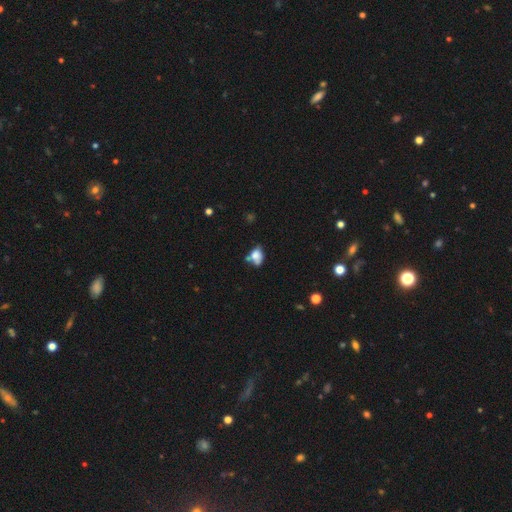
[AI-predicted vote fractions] This is likely a smooth galaxy (68%). How rounded: likely in between (76%). Merging: marginally none (34%).